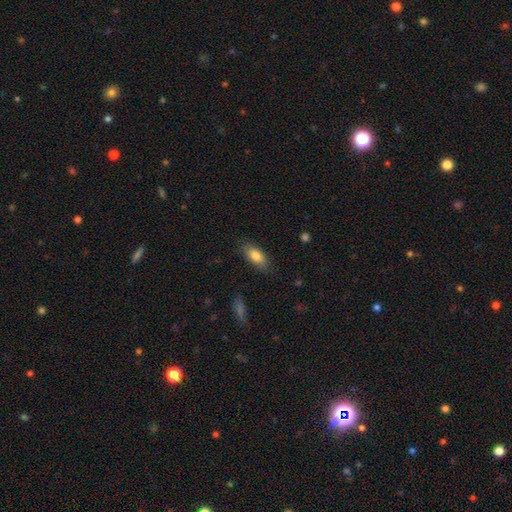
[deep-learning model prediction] Smooth or featured: smooth — 82% (featured or disk — 12%)
How rounded: in between — 84% (cigar-shaped — 13%)
Merging: none — 83% (minor disturbance — 12%)